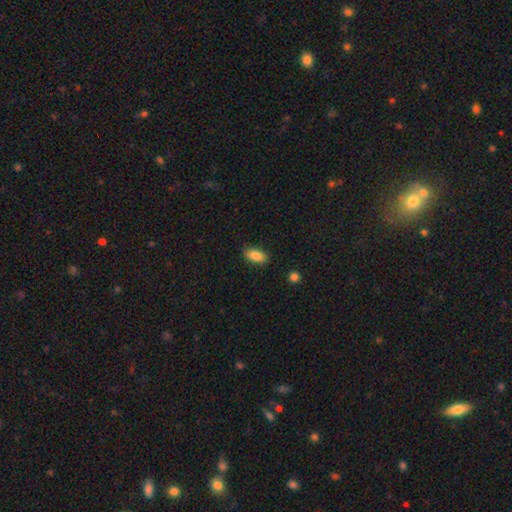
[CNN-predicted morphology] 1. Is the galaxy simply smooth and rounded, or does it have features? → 85% smooth, 8% star or artifact, 7% featured or disk.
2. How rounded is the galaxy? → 89% in between, 7% cigar-shaped, 4% round.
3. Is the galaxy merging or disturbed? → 86% none, 11% minor disturbance, 2% major disturbance, 1% merger.